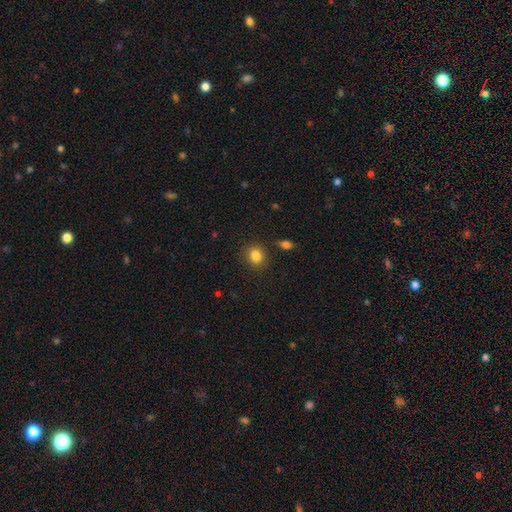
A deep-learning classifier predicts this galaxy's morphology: smooth 84%, star or artifact 11%, featured or disk 5%. Down the decision tree: how rounded — round (70%); merging — none (86%).